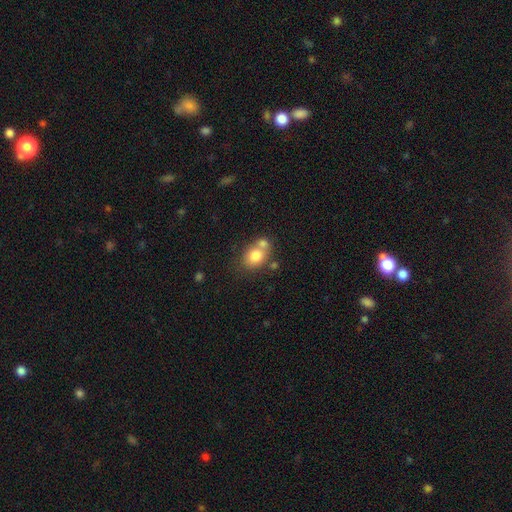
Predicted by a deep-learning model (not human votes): Smooth or featured? smooth (77%)
How rounded? in between (51%)
Merging? none (43%)